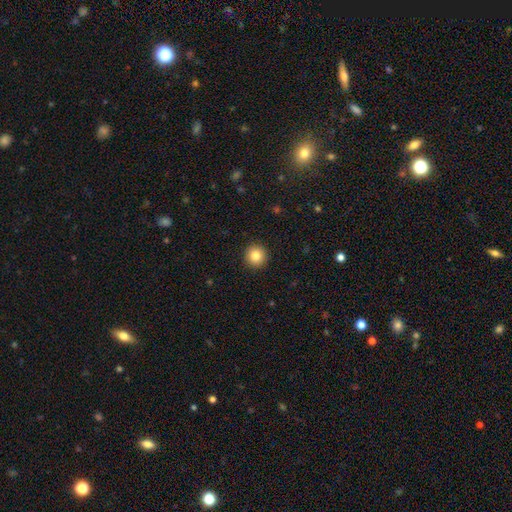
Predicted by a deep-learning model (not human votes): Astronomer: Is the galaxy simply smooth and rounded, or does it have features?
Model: smooth — 85%.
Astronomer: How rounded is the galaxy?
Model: round — 95%.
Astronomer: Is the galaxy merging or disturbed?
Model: none — 93%.